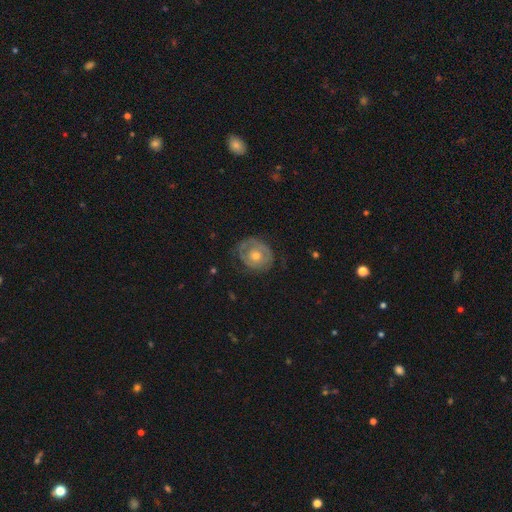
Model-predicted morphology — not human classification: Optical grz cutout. It shows a featured or disk galaxy (58%) with no bar (85%), spiral arms (51%) and a moderate central bulge (71%). Merging: none (66%).